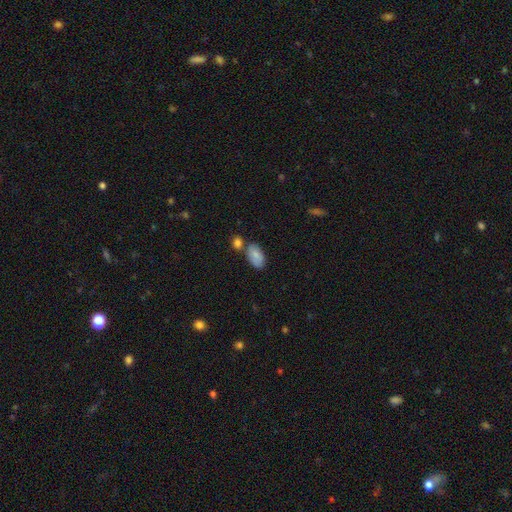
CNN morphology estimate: Smooth or featured: smooth — 80% (featured or disk — 13%)
How rounded: in between — 94% (round — 4%)
Merging: none — 57% (merger — 22%)